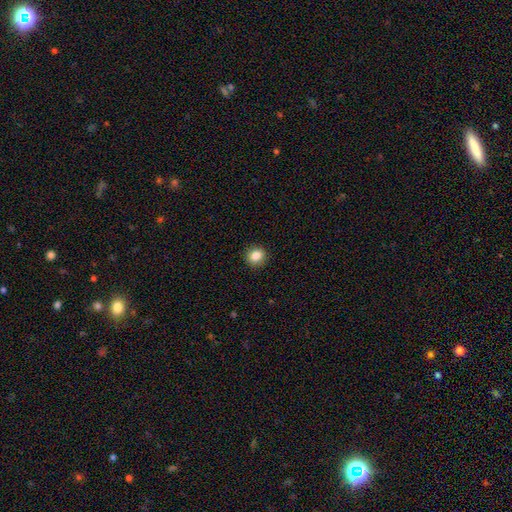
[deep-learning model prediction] smooth-or-featured: smooth: 86% | star or artifact: 10% | featured or disk: 5%
  how-rounded: round: 82% | in between: 17% | cigar-shaped: 1%
  merging: none: 91% | minor disturbance: 6% | major disturbance: 2% | merger: 1%